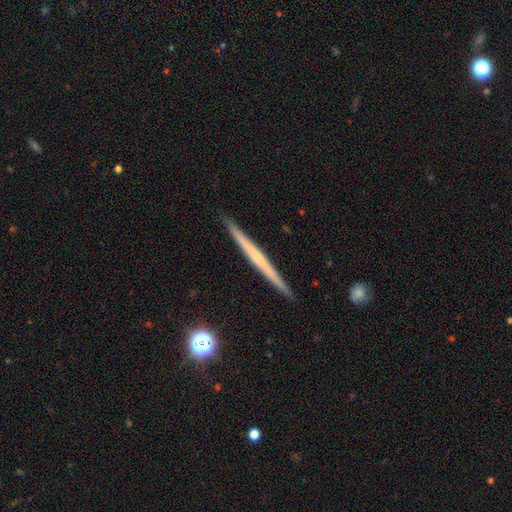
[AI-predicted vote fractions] smooth_or_featured: featured or disk (p=0.59) [alt: smooth p=0.34]
disk_edge_on: yes (p=0.98) [alt: no p=0.02]
edge_on_bulge: none (p=0.80) [alt: rounded p=0.15]
merging: none (p=0.92) [alt: minor disturbance p=0.06]